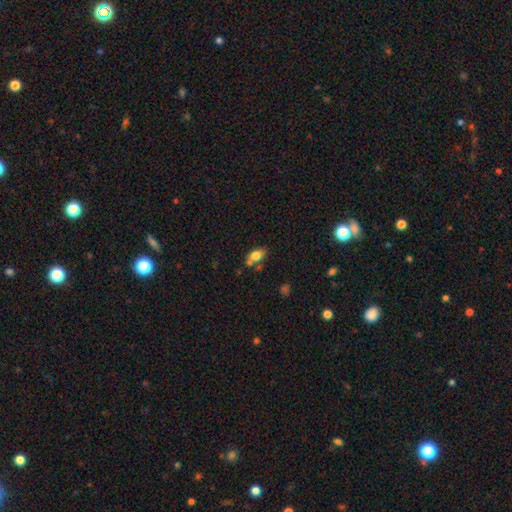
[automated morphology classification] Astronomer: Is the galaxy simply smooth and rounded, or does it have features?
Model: smooth — 78%.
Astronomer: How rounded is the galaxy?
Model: in between — 80%.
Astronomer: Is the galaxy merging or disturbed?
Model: none — 59%.